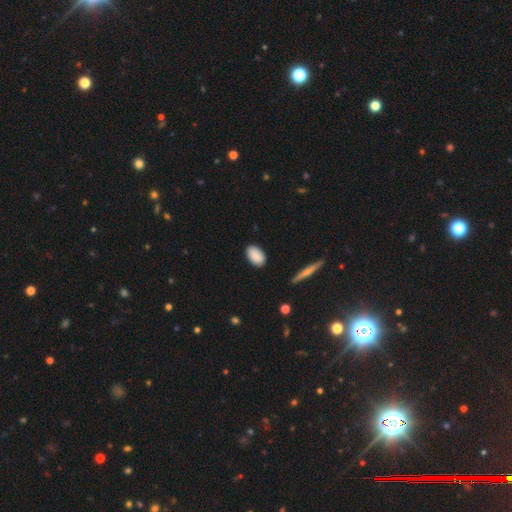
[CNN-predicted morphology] type=smooth (88%); roundness=in between (93%); merging=none (86%).